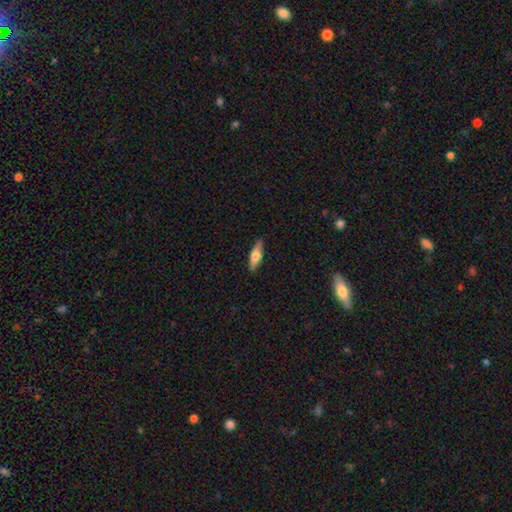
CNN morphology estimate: A smooth galaxy with no disk features (55%) that is cigar-shaped (52%). Merging: none (88%).